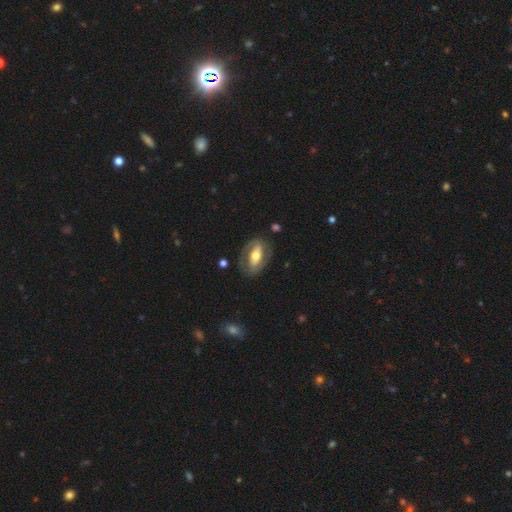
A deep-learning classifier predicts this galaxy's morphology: This appears to be a featured or disk galaxy (70%) with a strong bar (44%), spiral arms (62%) and a moderate central bulge (65%). Merging: none (76%).